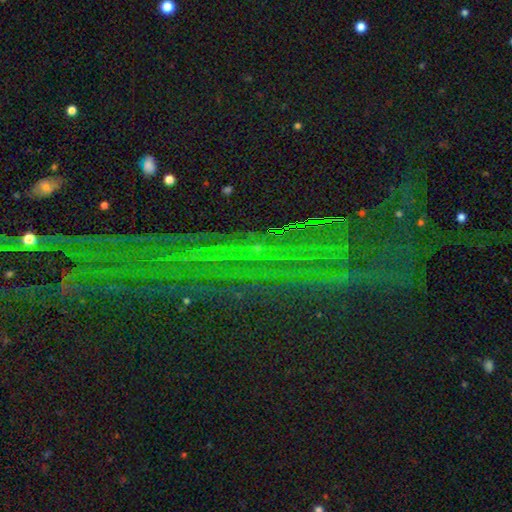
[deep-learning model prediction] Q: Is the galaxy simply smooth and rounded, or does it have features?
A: star or artifact — 79%.